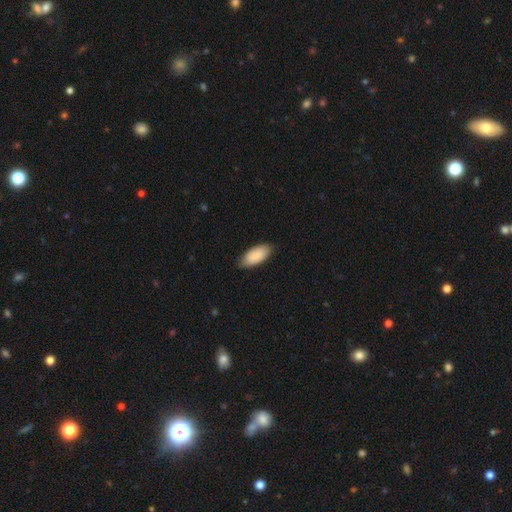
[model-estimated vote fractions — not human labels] Smooth or featured? Predicted: smooth (p=0.90). How rounded? Predicted: in between (p=0.91). Merging? Predicted: none (p=0.81).